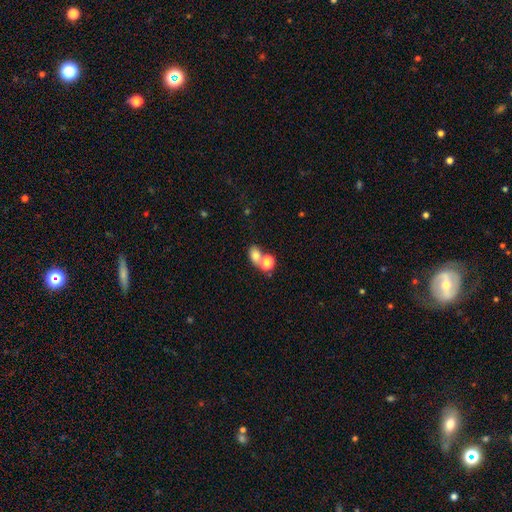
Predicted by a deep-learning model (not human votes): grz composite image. It shows a smooth galaxy with no disk features (75%) that is in between round and cigar-shaped (61%). Merging: merger (47%).